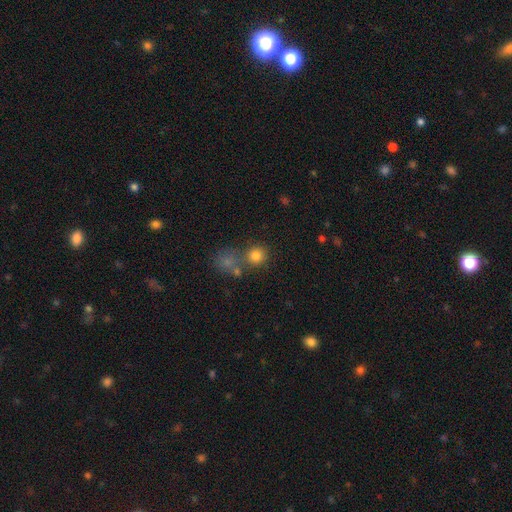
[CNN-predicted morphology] A smooth galaxy with no disk features (80%) that is round (86%).

Vote fractions:
- Smooth or featured? smooth: 80% / star or artifact: 13% / featured or disk: 8%
- How rounded? round: 86% / in between: 13% / cigar-shaped: 1%
- Merging? none: 59% / merger: 26% / minor disturbance: 10% / major disturbance: 5%